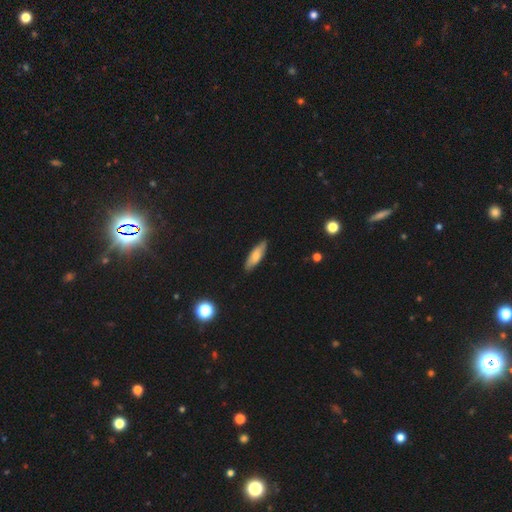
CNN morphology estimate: The model was most divided on "how rounded": cigar-shaped: 53%, in between: 45%, round: 2%. More confident: merging — none (85%); smooth or featured — smooth (71%).